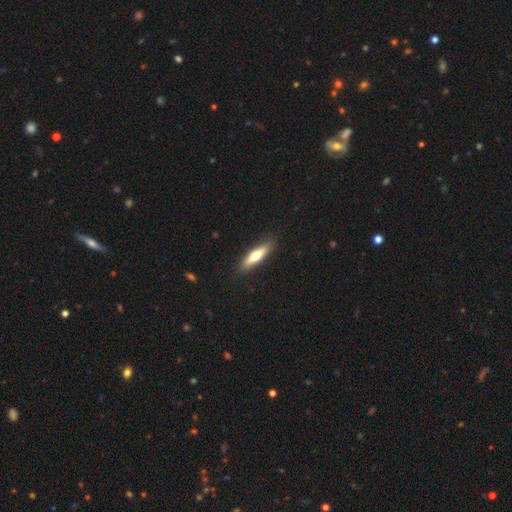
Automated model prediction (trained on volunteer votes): smooth-or-featured: smooth: 55% | featured or disk: 40% | star or artifact: 5%
  how-rounded: cigar-shaped: 76% | in between: 23% | round: 2%
  merging: none: 87% | minor disturbance: 9% | major disturbance: 2% | merger: 1%